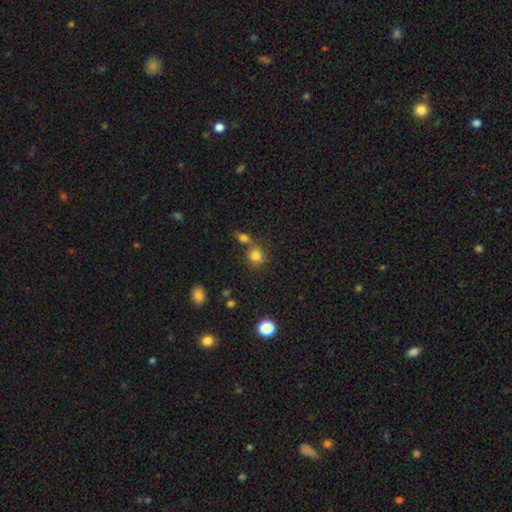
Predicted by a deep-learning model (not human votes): smooth 81%, star or artifact 12%, featured or disk 7%. Down the decision tree: how rounded — round (82%); merging — none (62%).